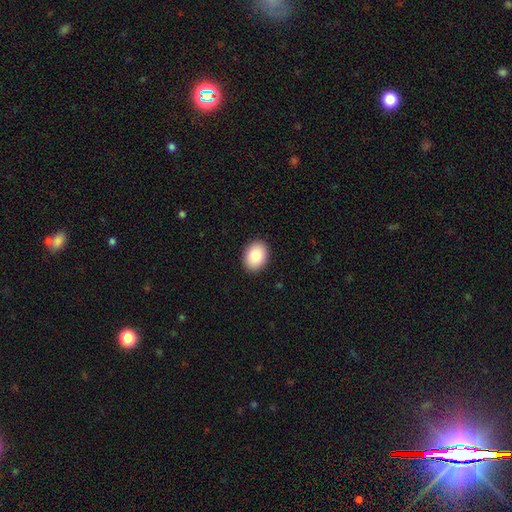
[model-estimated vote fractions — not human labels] smooth-or-featured: smooth: 84% | featured or disk: 8% | star or artifact: 7%
  how-rounded: in between: 69% | round: 31% | cigar-shaped: 1%
  merging: none: 91% | minor disturbance: 7% | major disturbance: 2% | merger: 1%